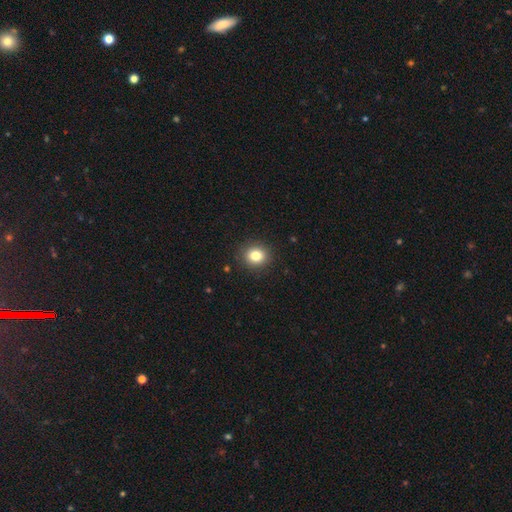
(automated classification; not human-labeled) A smooth galaxy with no disk features (82%) that is round (79%).

Vote fractions:
- Smooth or featured? smooth: 82% / star or artifact: 11% / featured or disk: 7%
- How rounded? round: 79% / in between: 20% / cigar-shaped: 1%
- Merging? none: 90% / minor disturbance: 6% / major disturbance: 2% / merger: 1%